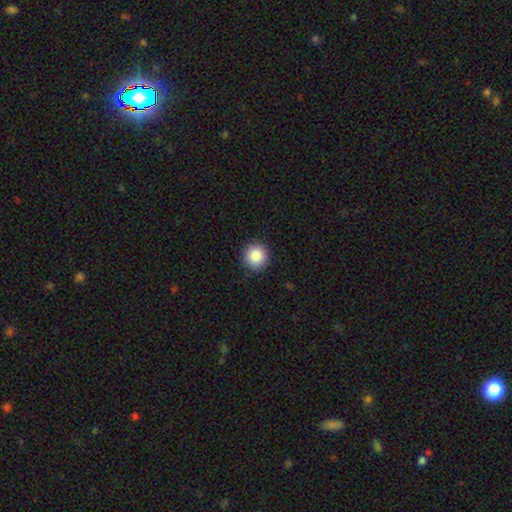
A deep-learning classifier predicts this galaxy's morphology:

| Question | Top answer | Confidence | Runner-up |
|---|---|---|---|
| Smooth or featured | smooth | 87% | star or artifact (9%) |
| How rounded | round | 95% | in between (4%) |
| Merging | none | 92% | minor disturbance (6%) |